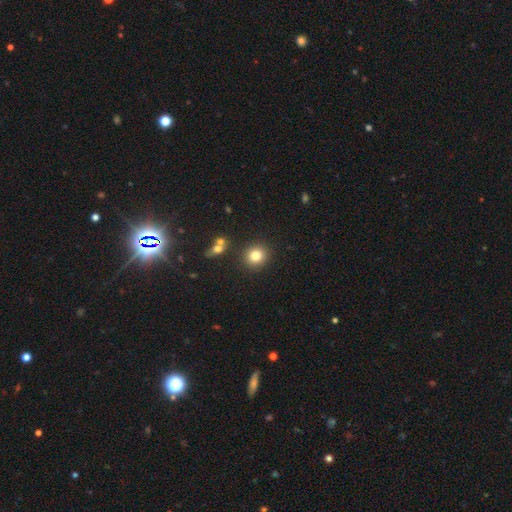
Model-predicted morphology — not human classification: smooth-or-featured: smooth: 81% | star or artifact: 11% | featured or disk: 8%
  how-rounded: round: 86% | in between: 13% | cigar-shaped: 1%
  merging: none: 86% | minor disturbance: 7% | merger: 5% | major disturbance: 3%